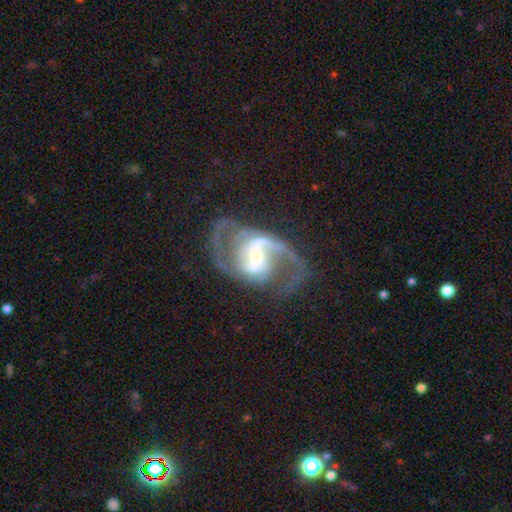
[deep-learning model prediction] smooth_or_featured: featured or disk (p=0.90) [alt: star or artifact p=0.06]
disk_edge_on: no (p=0.98) [alt: yes p=0.02]
bar: weak (p=0.44) [alt: strong p=0.36]
has_spiral_arms: yes (p=0.97) [alt: no p=0.03]
spiral_winding: medium (p=0.50) [alt: loose p=0.39]
spiral_arm_count: 2 (p=0.87) [alt: 1 p=0.04]
bulge_size: small (p=0.46) [alt: moderate p=0.32]
merging: none (p=0.60) [alt: major disturbance p=0.20]